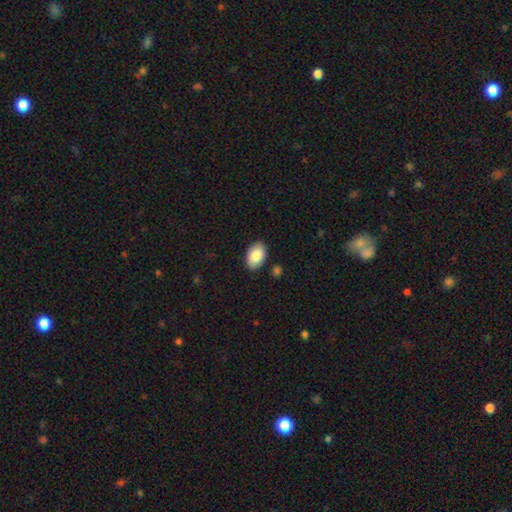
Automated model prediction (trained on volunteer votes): The model was most divided on "smooth or featured": smooth: 86%, featured or disk: 8%, star or artifact: 6%. More confident: how rounded — in between (91%); merging — none (87%).